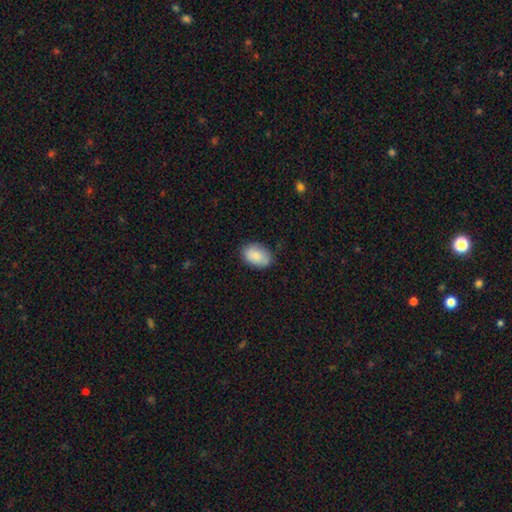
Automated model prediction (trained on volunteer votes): This appears to be a smooth galaxy with no disk features (85%) that is in between round and cigar-shaped (88%). Merging: none (82%).